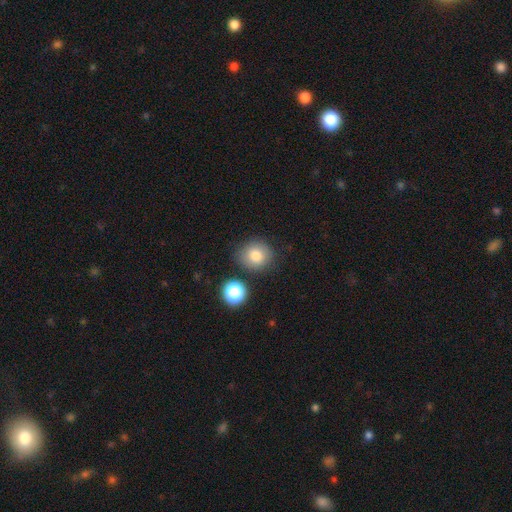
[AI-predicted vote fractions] The model was most divided on "how rounded": round: 81%, in between: 18%, cigar-shaped: 1%. More confident: smooth or featured — smooth (80%); merging — none (77%).